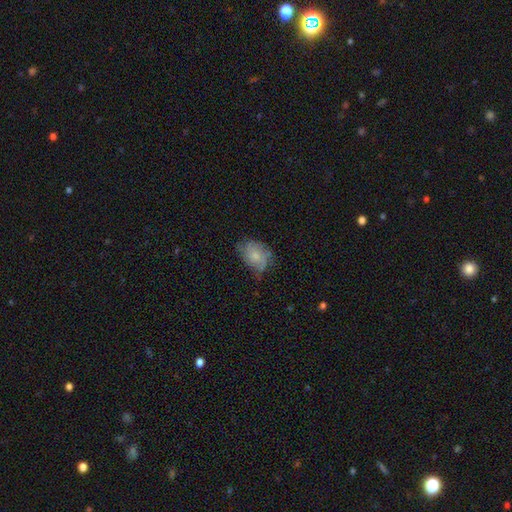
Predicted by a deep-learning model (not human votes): This appears to be a smooth galaxy with no disk features (58%) that is in between round and cigar-shaped (73%). Merging: none (52%).